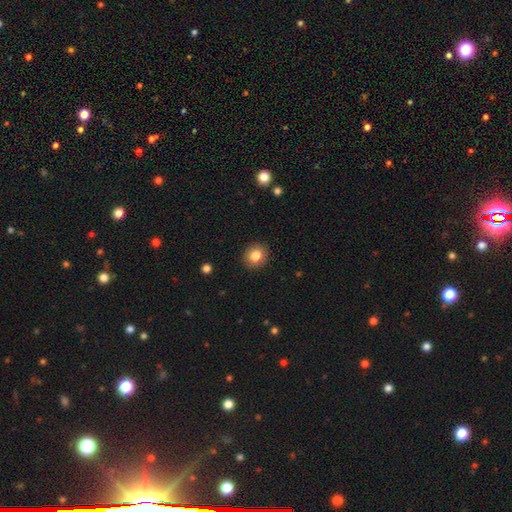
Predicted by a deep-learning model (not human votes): smooth 85%, star or artifact 9%, featured or disk 6%. Down the decision tree: how rounded — round (78%); merging — none (91%).